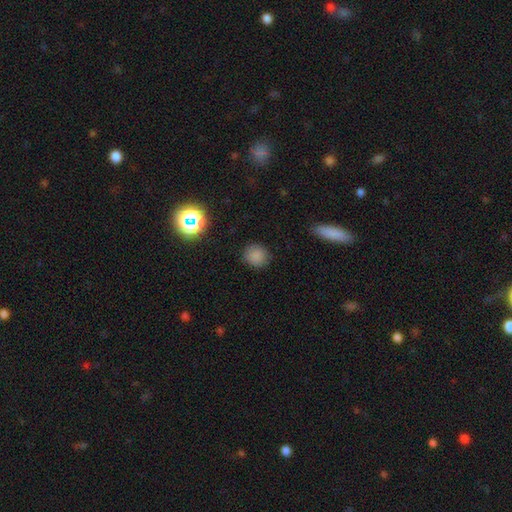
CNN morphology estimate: type=smooth (81%); roundness=round (86%); merging=none (86%).